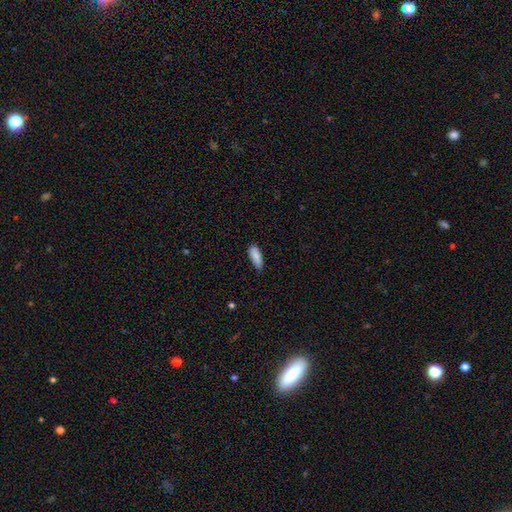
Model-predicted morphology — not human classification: smooth_or_featured: smooth (p=0.87) [alt: featured or disk p=0.07]
how_rounded: in between (p=0.71) [alt: cigar-shaped p=0.27]
merging: none (p=0.72) [alt: minor disturbance p=0.24]